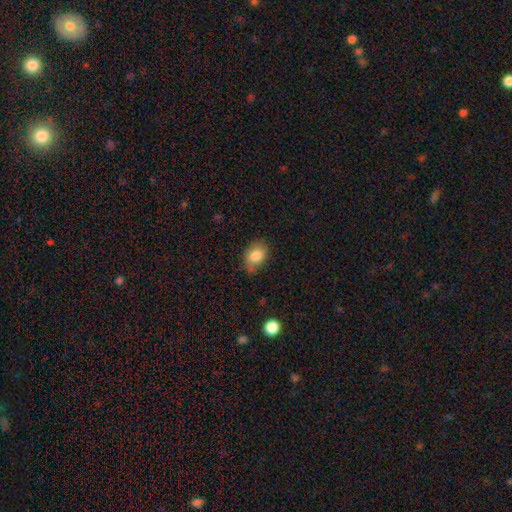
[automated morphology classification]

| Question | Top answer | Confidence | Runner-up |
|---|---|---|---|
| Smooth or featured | smooth | 82% | featured or disk (10%) |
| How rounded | in between | 72% | round (27%) |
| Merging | none | 61% | minor disturbance (30%) |